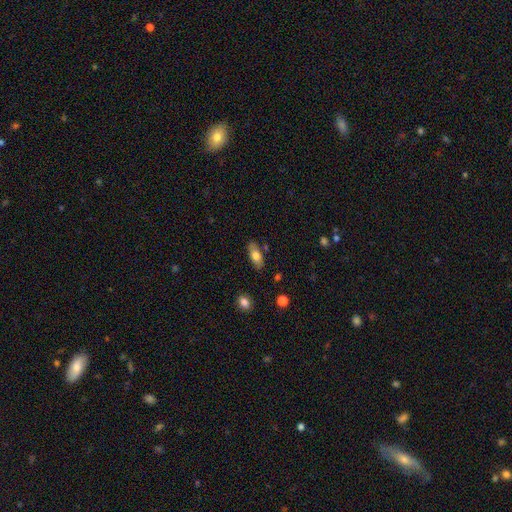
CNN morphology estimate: Smooth or featured? smooth (74%)
How rounded? in between (82%)
Merging? none (80%)